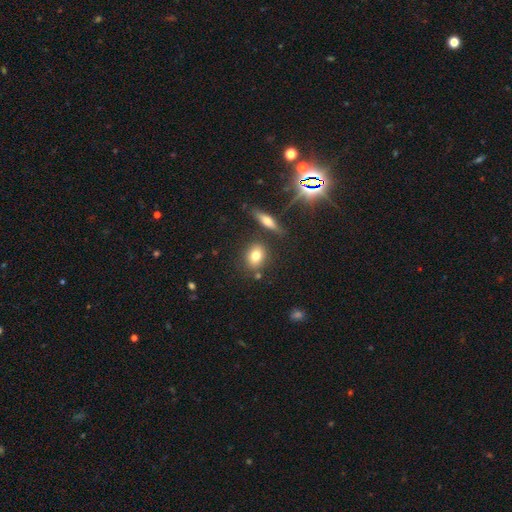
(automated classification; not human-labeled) A smooth galaxy with no disk features (76%) that is in between round and cigar-shaped (51%).

Vote fractions:
- Smooth or featured? smooth: 76% / featured or disk: 13% / star or artifact: 11%
- How rounded? in between: 51% / round: 46% / cigar-shaped: 3%
- Merging? none: 77% / minor disturbance: 11% / merger: 9% / major disturbance: 3%